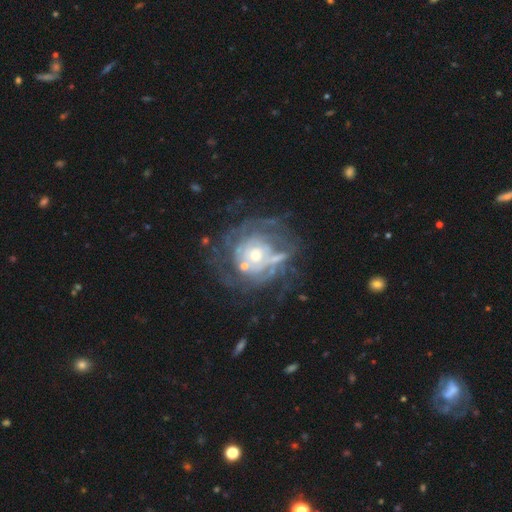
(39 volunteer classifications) Smooth or featured? 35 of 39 (90%) said featured or disk. Edge-on disk? 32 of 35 (91%) said no. Bar? 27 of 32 (84%) said no. Spiral arms? 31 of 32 (97%) said yes. Spiral winding? 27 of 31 (87%) said tight. Spiral arm count? 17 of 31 (55%) said can't tell. Bulge size? 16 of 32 (50%) said small. Merging? 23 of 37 (62%) said none.